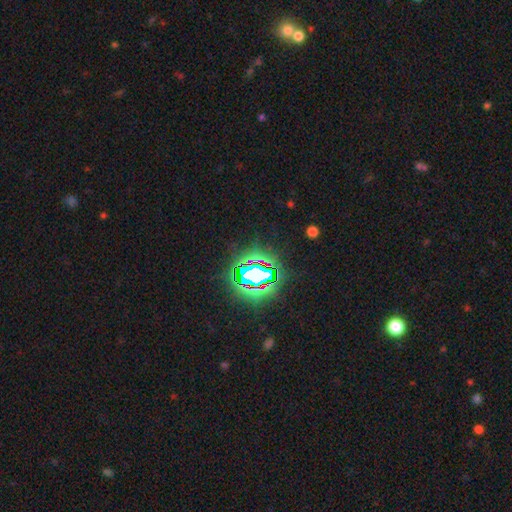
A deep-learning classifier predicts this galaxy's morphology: smooth_or_featured: star or artifact (p=0.82) [alt: smooth p=0.11]